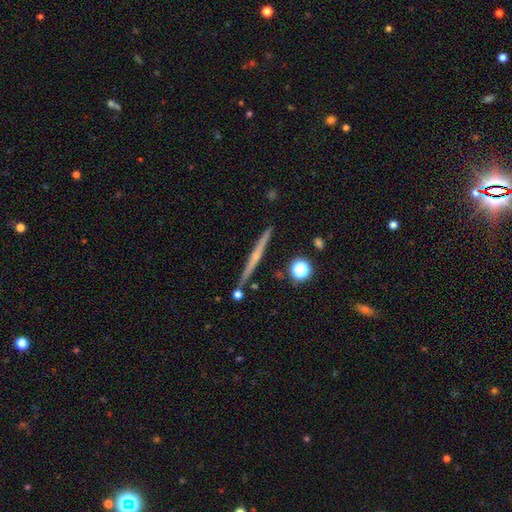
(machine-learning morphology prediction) type=featured or disk (70%); edge-on=yes (98%); edge-on bulge=rounded (56%); merging=none (87%).